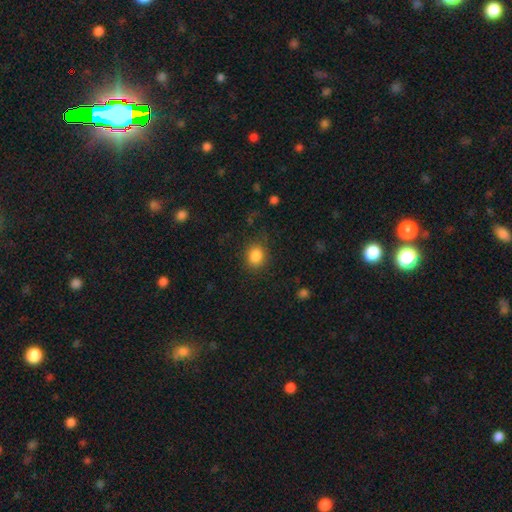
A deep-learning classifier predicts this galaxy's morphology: The model was most divided on "how rounded": round: 65%, in between: 34%, cigar-shaped: 1%. More confident: smooth or featured — smooth (85%); merging — none (81%).